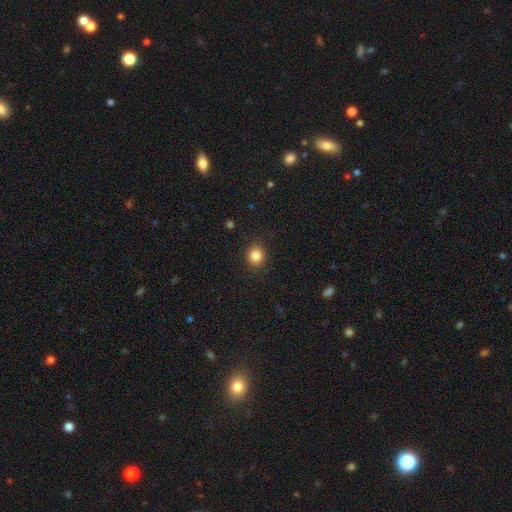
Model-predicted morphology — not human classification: A smooth galaxy with no disk features (85%) that is round (78%).

Vote fractions:
- Smooth or featured? smooth: 85% / star or artifact: 10% / featured or disk: 5%
- How rounded? round: 78% / in between: 21% / cigar-shaped: 1%
- Merging? none: 88% / minor disturbance: 8% / major disturbance: 3% / merger: 1%